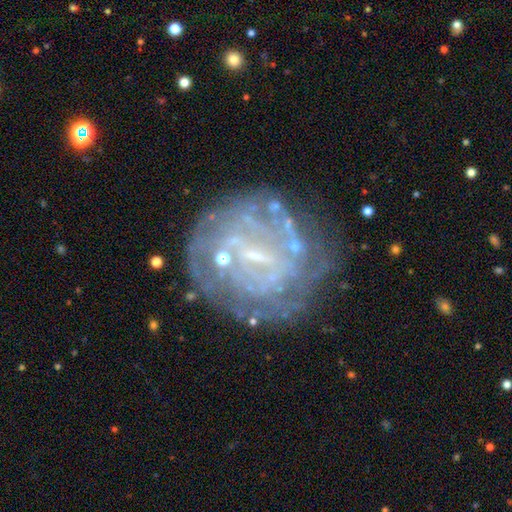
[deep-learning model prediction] The model was most divided on "spiral arms": yes: 51%, no: 49%. Remaining: edge-on disk — no (97%); smooth or featured — featured or disk (72%); merging — none (65%); bulge size — small (60%); bar — weak (46%).